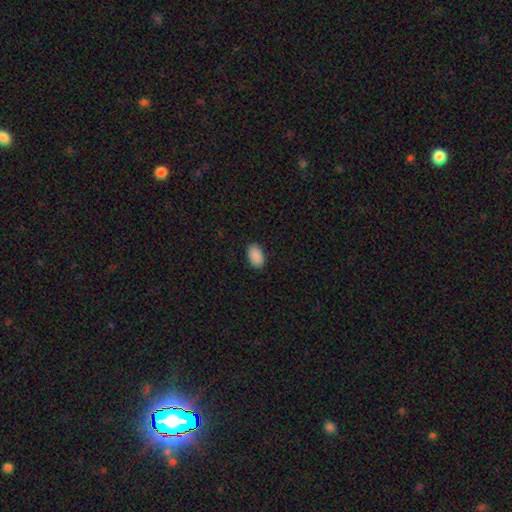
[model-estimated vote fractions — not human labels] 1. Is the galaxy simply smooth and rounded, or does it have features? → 91% smooth, 7% star or artifact, 2% featured or disk.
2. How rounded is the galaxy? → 94% in between, 5% round, 1% cigar-shaped.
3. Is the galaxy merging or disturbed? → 89% none, 8% minor disturbance, 2% major disturbance, 1% merger.